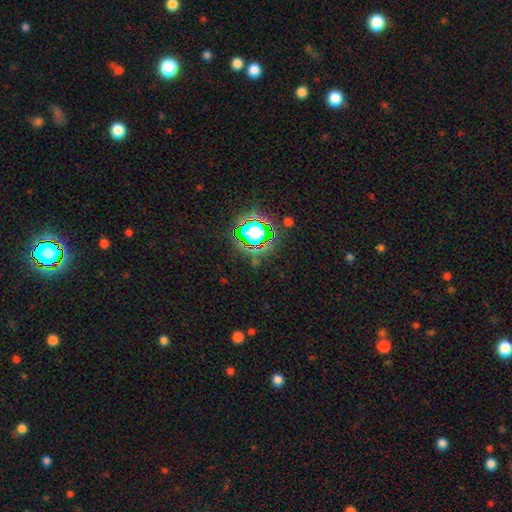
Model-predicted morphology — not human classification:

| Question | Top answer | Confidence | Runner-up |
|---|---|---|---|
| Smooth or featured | star or artifact | 76% | smooth (16%) |